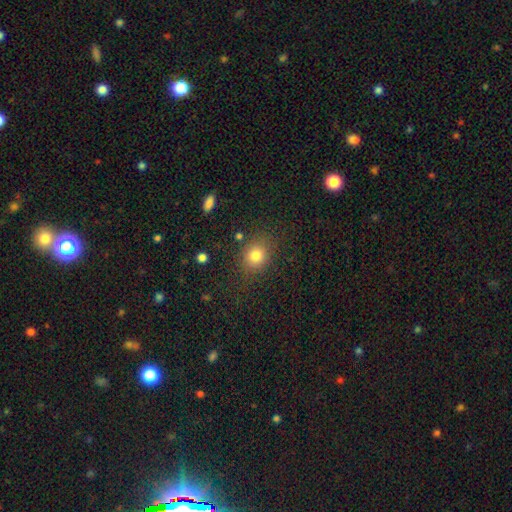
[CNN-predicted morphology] smooth 80%, star or artifact 13%, featured or disk 8%. Down the decision tree: how rounded — round (64%); merging — none (79%).